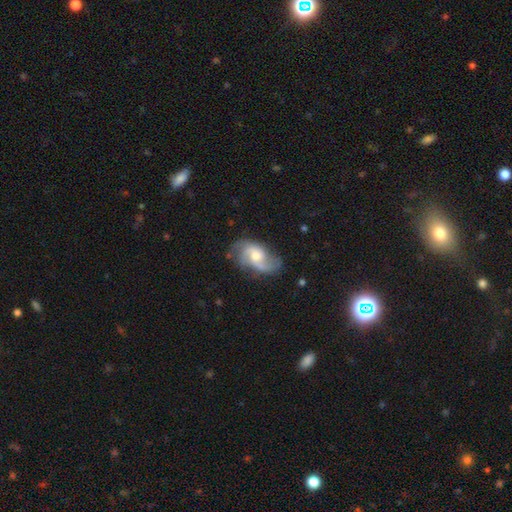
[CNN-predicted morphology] Smooth or featured?
  - featured or disk: 78% *
  - smooth: 15%
  - star or artifact: 6%
Edge-on disk?
  - no: 96% *
  - yes: 4%
Bar?
  - no: 56% *
  - weak: 38%
  - strong: 6%
Spiral arms?
  - yes: 94% *
  - no: 6%
Spiral winding?
  - medium: 44% *
  - loose: 40%
  - tight: 16%
Spiral arm count?
  - 2: 73% *
  - can't tell: 10%
  - 3: 8%
  - 1: 5%
  - 4: 2%
  - more than 4: 2%
Bulge size?
  - moderate: 61% *
  - small: 25%
  - large: 10%
  - none: 3%
  - dominant: 1%
Merging?
  - none: 66% *
  - minor disturbance: 22%
  - major disturbance: 11%
  - merger: 2%